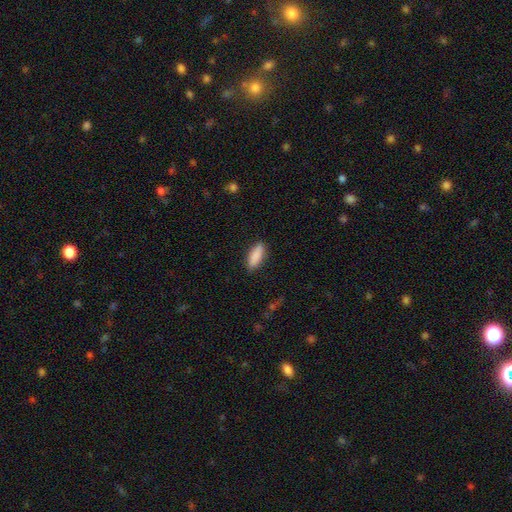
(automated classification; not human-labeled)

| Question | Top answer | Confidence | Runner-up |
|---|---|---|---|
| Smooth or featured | smooth | 88% | star or artifact (6%) |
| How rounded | in between | 60% | cigar-shaped (38%) |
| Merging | none | 88% | minor disturbance (9%) |